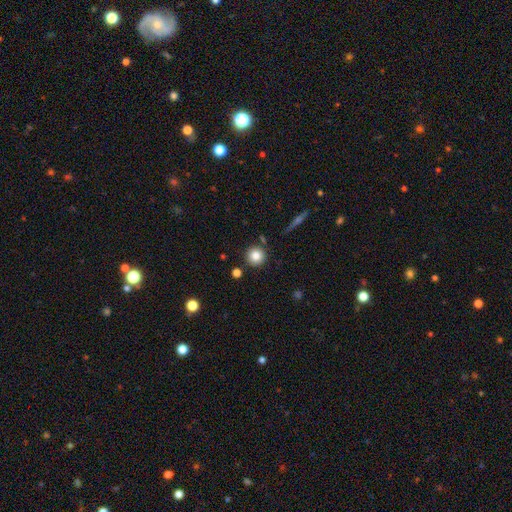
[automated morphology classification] Smooth or featured: smooth — 83% (star or artifact — 10%)
How rounded: round — 95% (in between — 4%)
Merging: none — 87% (minor disturbance — 7%)